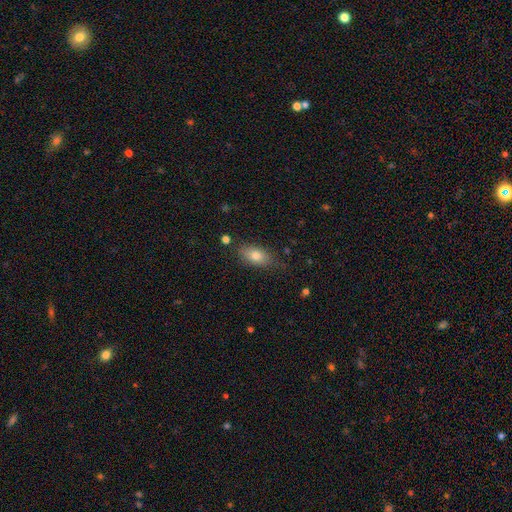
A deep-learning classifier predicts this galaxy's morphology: This appears to be a smooth galaxy with no disk features (78%) that is in between round and cigar-shaped (85%). Merging: none (75%).